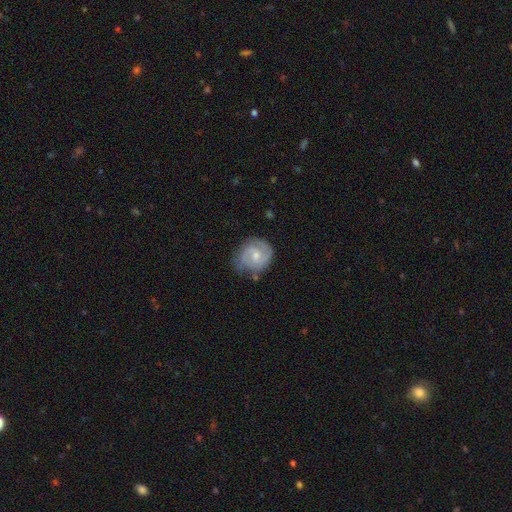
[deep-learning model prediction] Overall: featured or disk (80%). Edge-on disk: no (98%). Bar: weak (51%; no 41%). Spiral arms: yes (96%). Spiral arm count: 2 (76%). Spiral winding: tight (45%; medium 44%). Bulge size: small (49%; moderate 44%). Merging: none (69%).